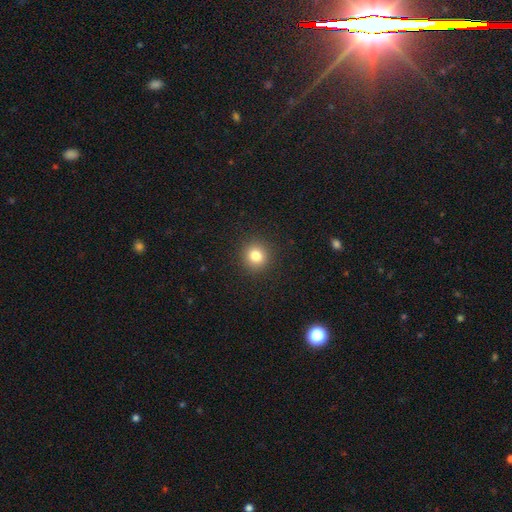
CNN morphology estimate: Overall: smooth (82%). How rounded: round (90%). Merging: none (92%).